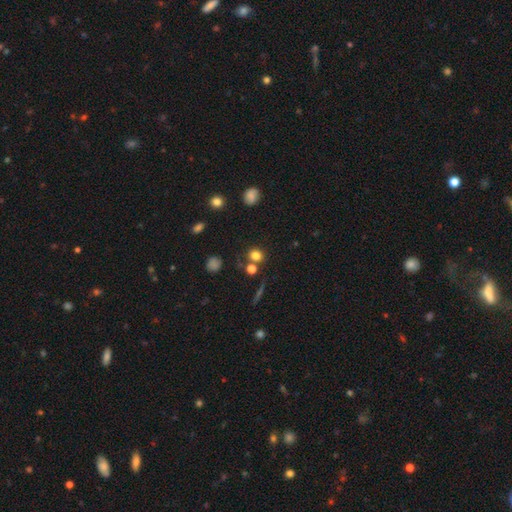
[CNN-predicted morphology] Q: Smooth or featured?
A: smooth (78%); runner-up: star or artifact (14%)
Q: How rounded?
A: round (79%); runner-up: in between (19%)
Q: Merging?
A: none (69%); runner-up: merger (17%)